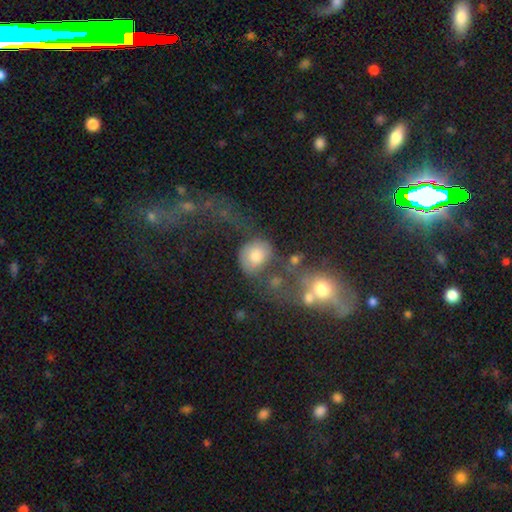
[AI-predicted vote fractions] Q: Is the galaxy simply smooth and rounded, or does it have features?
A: smooth — 65%.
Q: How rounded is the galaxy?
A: round — 58%.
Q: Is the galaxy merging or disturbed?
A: none — 36%.